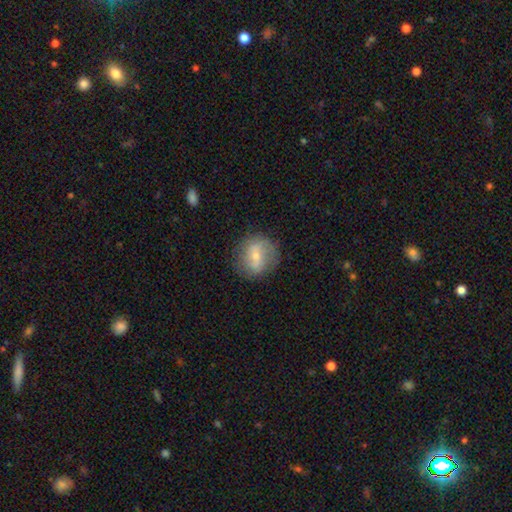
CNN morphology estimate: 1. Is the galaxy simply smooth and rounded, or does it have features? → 47% smooth, 45% featured or disk, 8% star or artifact.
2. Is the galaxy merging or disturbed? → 79% none, 14% minor disturbance, 6% major disturbance, 1% merger.